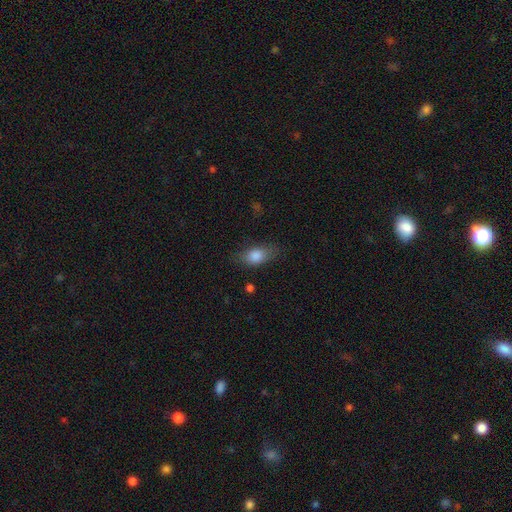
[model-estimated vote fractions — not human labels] Morphology: type=smooth (82%); roundness=in between (83%); merging=none (71%).